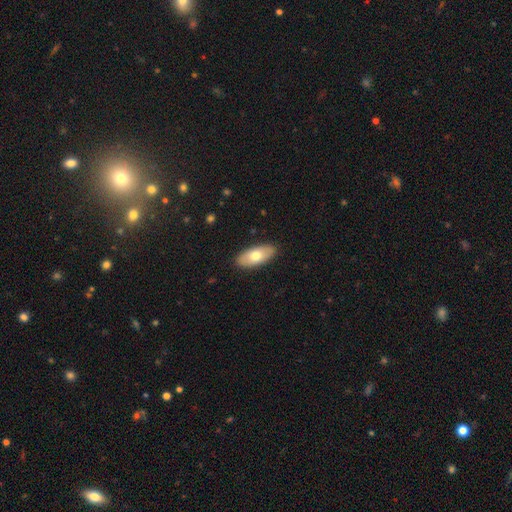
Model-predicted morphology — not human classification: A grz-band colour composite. It shows a smooth galaxy with no disk features (69%) that is in between round and cigar-shaped (88%). Merging: none (89%).